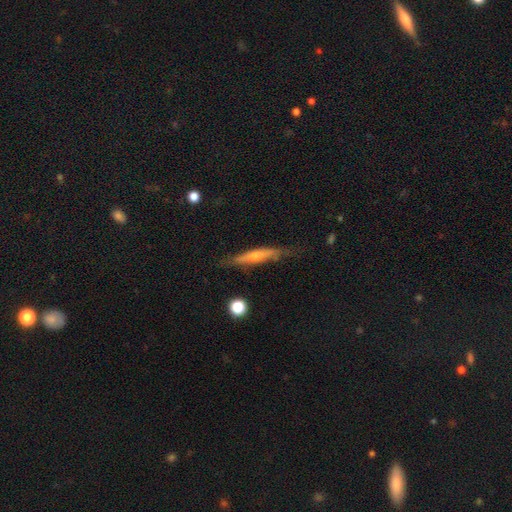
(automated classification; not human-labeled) This is possibly a featured or disk galaxy (56%). It is clearly viewed edge-on (90%). Edge-on bulge: possibly rounded (59%). Merging: likely none (76%).